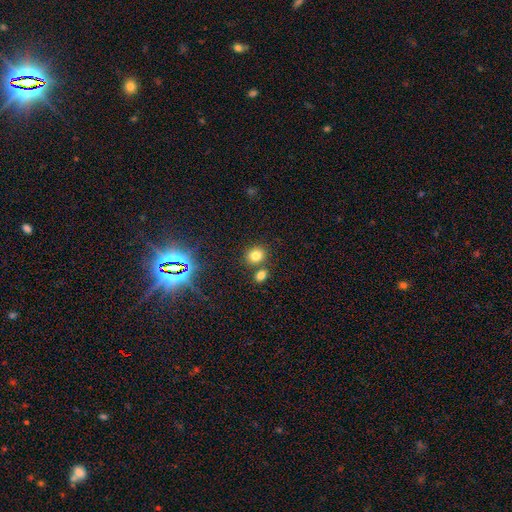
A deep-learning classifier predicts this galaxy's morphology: smooth_or_featured: smooth (p=0.77) [alt: star or artifact p=0.15]
how_rounded: round (p=0.69) [alt: in between p=0.30]
merging: none (p=0.67) [alt: merger p=0.21]